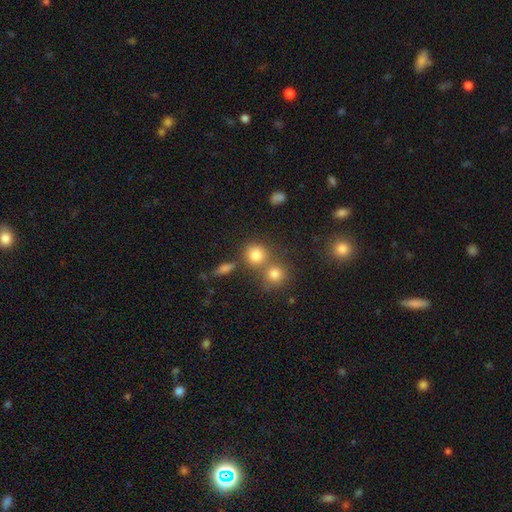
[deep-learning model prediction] smooth 80%, star or artifact 12%, featured or disk 8%. Down the decision tree: how rounded — round (83%); merging — none (55%).